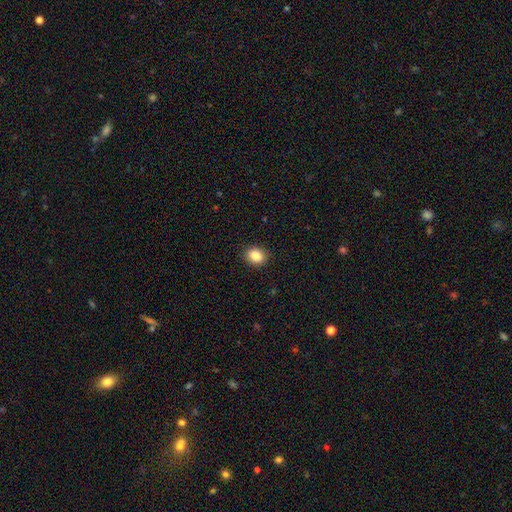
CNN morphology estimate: type=smooth (87%); roundness=in between (55%); merging=none (89%).